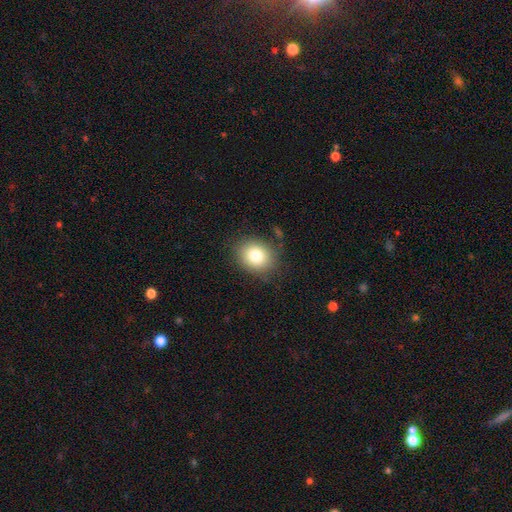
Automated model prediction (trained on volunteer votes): A smooth galaxy with no disk features (81%) that is round (59%). Merging: none (82%).